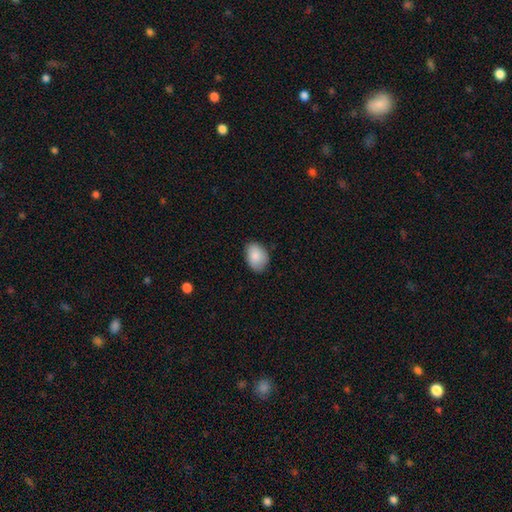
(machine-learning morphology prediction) smooth 87%, star or artifact 6%, featured or disk 6%. Down the decision tree: how rounded — in between (81%); merging — none (82%).